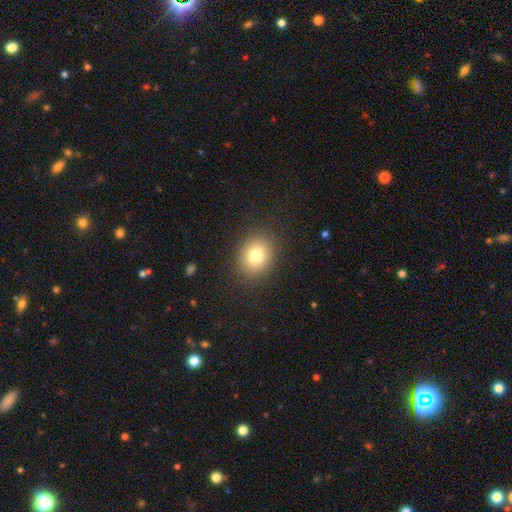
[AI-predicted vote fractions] smooth_or_featured: smooth (p=0.78) [alt: star or artifact p=0.12]
how_rounded: round (p=0.65) [alt: in between p=0.35]
merging: none (p=0.88) [alt: minor disturbance p=0.08]